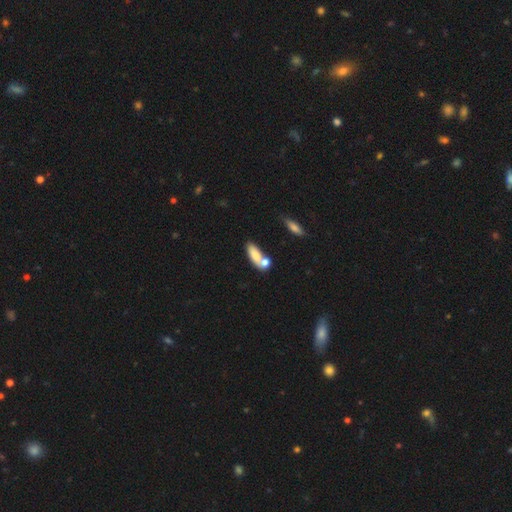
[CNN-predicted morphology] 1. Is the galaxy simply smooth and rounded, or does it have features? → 75% smooth, 18% featured or disk, 8% star or artifact.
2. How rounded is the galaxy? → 73% in between, 22% cigar-shaped, 5% round.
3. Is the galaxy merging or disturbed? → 45% merger, 36% none, 13% minor disturbance, 6% major disturbance.